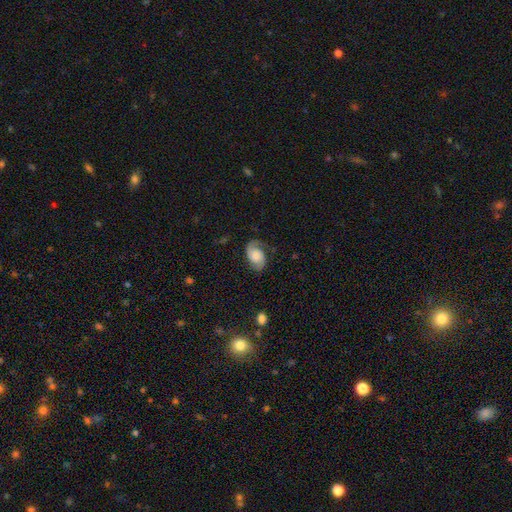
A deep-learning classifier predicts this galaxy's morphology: type=featured or disk (69%); edge-on=no (97%); bar=no (69%); spiral arms=yes (94%); winding=medium (44%); arm count=2 (82%); bulge=moderate (36%); merging=none (68%).